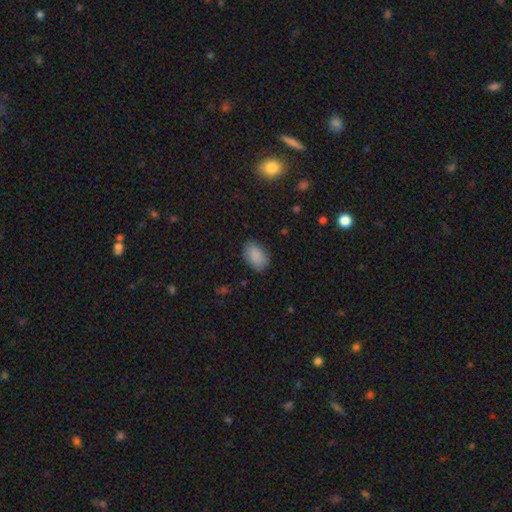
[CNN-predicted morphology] smooth_or_featured: smooth (p=0.88) [alt: star or artifact p=0.08]
how_rounded: in between (p=0.88) [alt: round p=0.11]
merging: none (p=0.85) [alt: minor disturbance p=0.11]